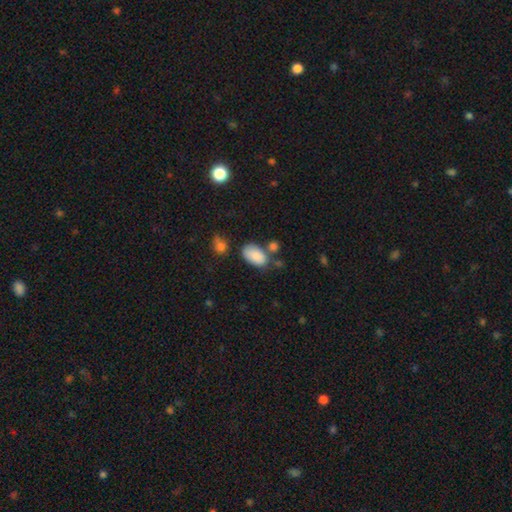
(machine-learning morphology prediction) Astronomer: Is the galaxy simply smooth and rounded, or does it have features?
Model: smooth — 87%.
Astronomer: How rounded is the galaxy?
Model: in between — 93%.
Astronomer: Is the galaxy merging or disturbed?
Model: none — 59%.